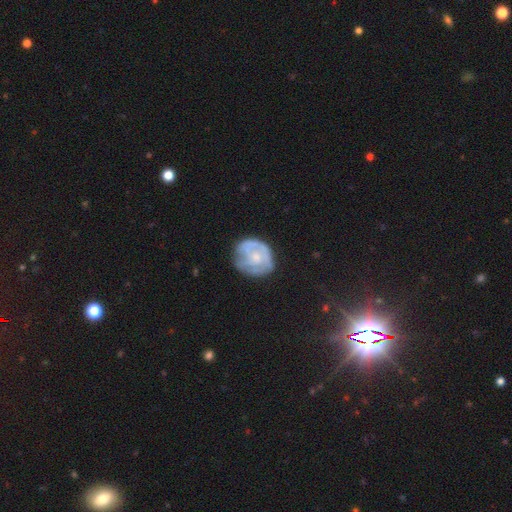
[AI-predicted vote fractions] Smooth or featured? featured or disk (64%)
Edge-on disk? no (98%)
Bar? no (77%)
Spiral arms? yes (73%)
Bulge size? small (51%)
Merging? none (64%)